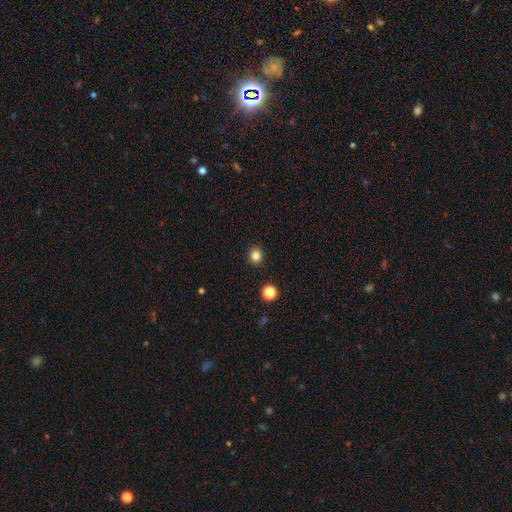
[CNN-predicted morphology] Smooth or featured?
  - smooth: 83% *
  - star or artifact: 12%
  - featured or disk: 4%
How rounded?
  - round: 78% *
  - in between: 22%
  - cigar-shaped: 1%
Merging?
  - none: 90% *
  - minor disturbance: 6%
  - major disturbance: 2%
  - merger: 1%